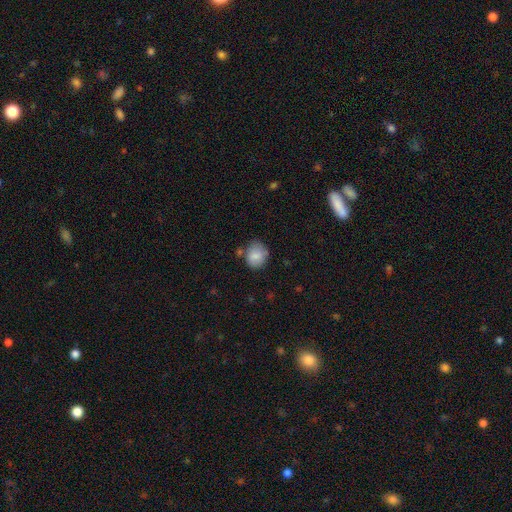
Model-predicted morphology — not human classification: Overall: smooth (83%). How rounded: round (64%; in between 35%). Merging: none (63%; minor disturbance 23%).